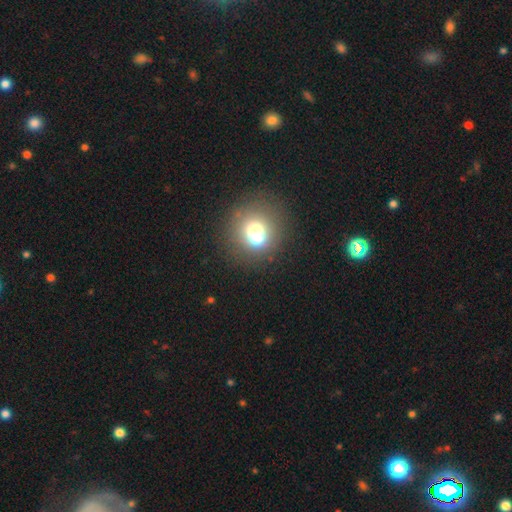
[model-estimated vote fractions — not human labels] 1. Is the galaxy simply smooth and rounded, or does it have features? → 61% smooth, 26% star or artifact, 12% featured or disk.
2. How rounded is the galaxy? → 78% round, 20% in between, 2% cigar-shaped.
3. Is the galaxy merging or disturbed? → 85% none, 8% minor disturbance, 4% merger, 3% major disturbance.